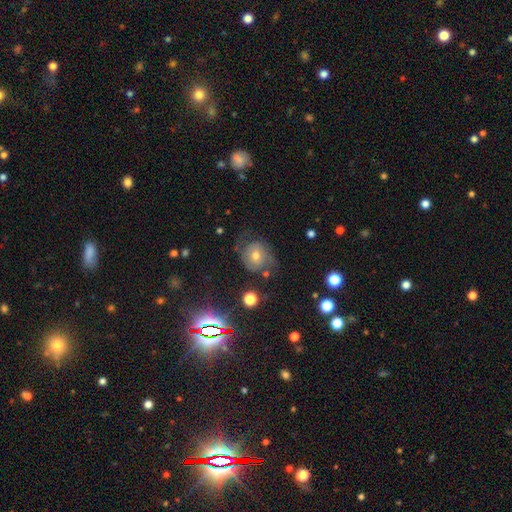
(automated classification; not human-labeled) smooth_or_featured: featured or disk (p=0.47) [alt: smooth p=0.40]
merging: none (p=0.49) [alt: minor disturbance p=0.26]